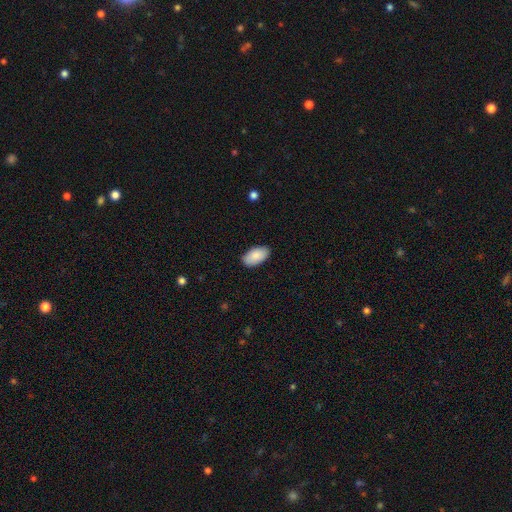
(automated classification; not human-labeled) Smooth or featured? Predicted: smooth (p=0.88). How rounded? Predicted: in between (p=0.96). Merging? Predicted: none (p=0.87).